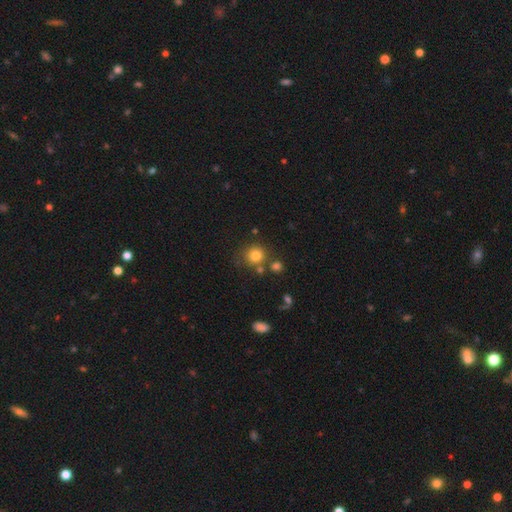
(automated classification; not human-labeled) The model was most divided on "merging": none: 71%, merger: 13%, minor disturbance: 12%, major disturbance: 5%. More confident: how rounded — round (87%); smooth or featured — smooth (79%).